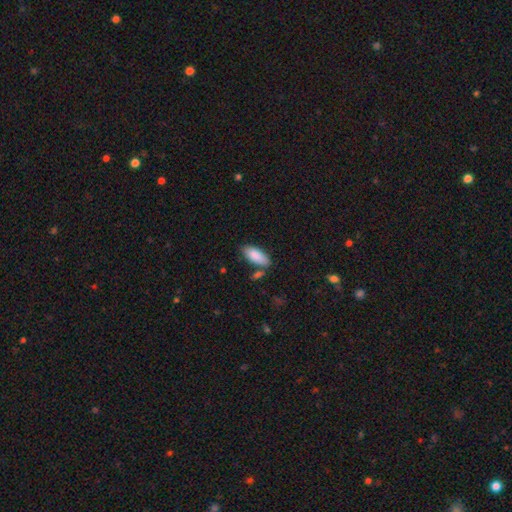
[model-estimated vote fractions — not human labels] smooth 88%, star or artifact 6%, featured or disk 6%. Down the decision tree: how rounded — in between (86%); merging — none (71%).